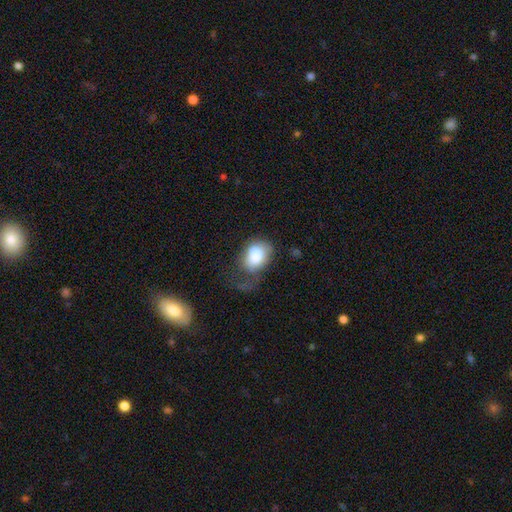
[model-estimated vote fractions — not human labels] Smooth or featured?
  - smooth: 79% *
  - featured or disk: 13%
  - star or artifact: 8%
How rounded?
  - in between: 72% *
  - round: 27%
  - cigar-shaped: 1%
Merging?
  - major disturbance: 42% *
  - minor disturbance: 28%
  - none: 26%
  - merger: 5%